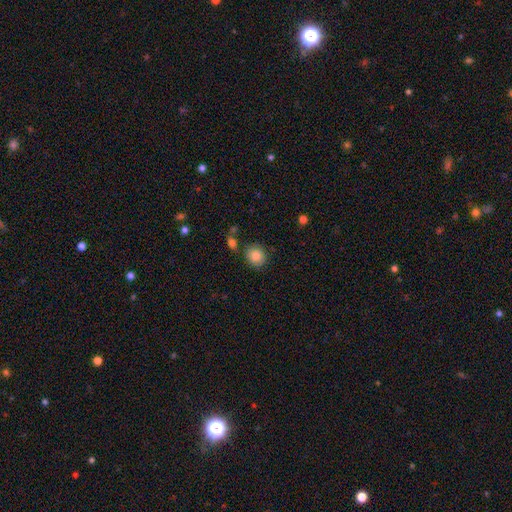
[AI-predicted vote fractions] Q: Smooth or featured?
A: smooth (84%); runner-up: star or artifact (9%)
Q: How rounded?
A: round (79%); runner-up: in between (20%)
Q: Merging?
A: none (81%); runner-up: minor disturbance (11%)